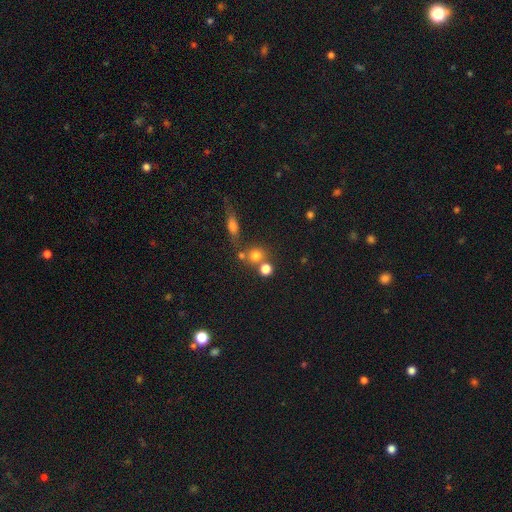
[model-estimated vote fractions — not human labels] This appears to be a smooth galaxy with no disk features (74%) that is round (85%). Merging: none (58%).